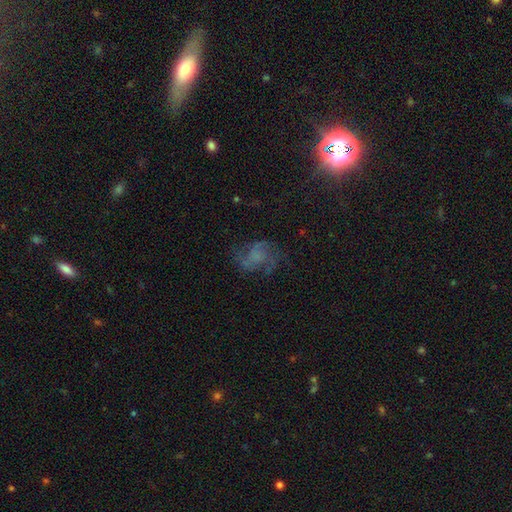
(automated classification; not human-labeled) Q: Smooth or featured?
A: featured or disk (63%); runner-up: smooth (22%)
Q: Edge-on disk?
A: no (98%); runner-up: yes (2%)
Q: Bar?
A: no (74%); runner-up: weak (22%)
Q: Spiral arms?
A: yes (84%); runner-up: no (16%)
Q: Spiral winding?
A: medium (48%); runner-up: loose (34%)
Q: Spiral arm count?
A: 2 (33%); runner-up: 3 (28%)
Q: Bulge size?
A: none (61%); runner-up: small (17%)
Q: Merging?
A: none (61%); runner-up: major disturbance (19%)